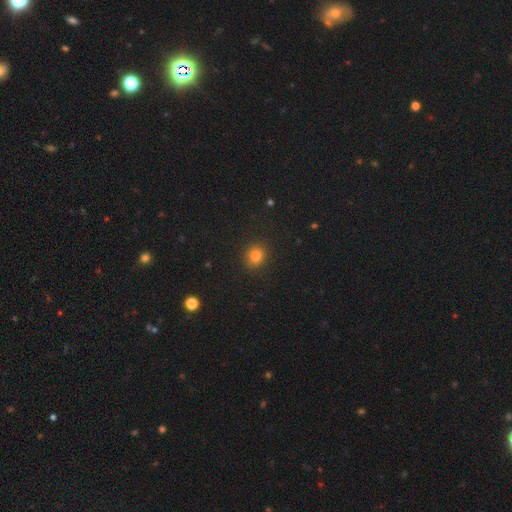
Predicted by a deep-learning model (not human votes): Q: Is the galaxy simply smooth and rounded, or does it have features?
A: smooth — 81%.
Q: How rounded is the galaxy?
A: round — 76%.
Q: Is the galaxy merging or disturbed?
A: none — 89%.